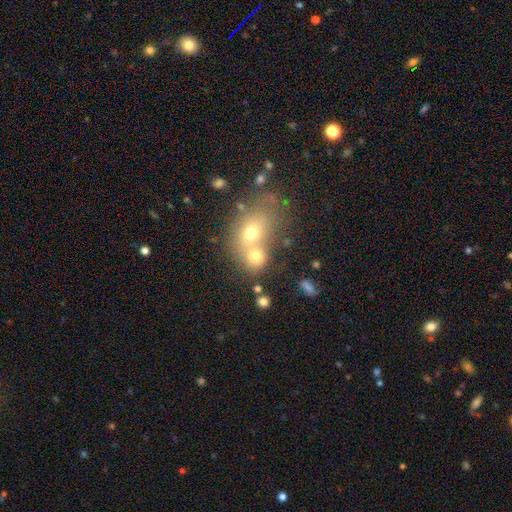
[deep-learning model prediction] This appears to be a smooth galaxy with no disk features (68%) that is round (63%). Merging: merger (57%).